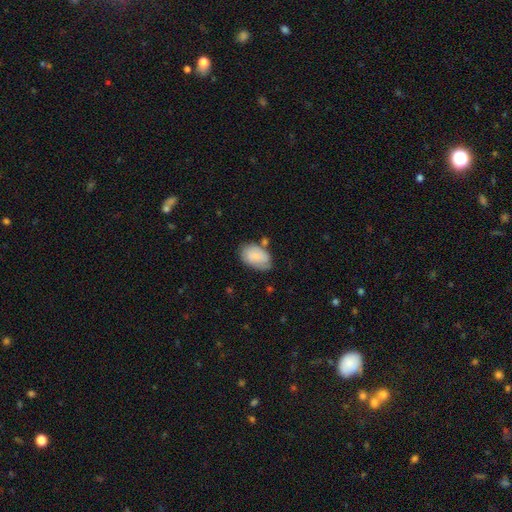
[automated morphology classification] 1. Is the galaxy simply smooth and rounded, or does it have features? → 77% smooth, 16% featured or disk, 7% star or artifact.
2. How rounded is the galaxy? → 89% in between, 9% round, 1% cigar-shaped.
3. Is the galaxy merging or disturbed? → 59% none, 26% minor disturbance, 9% merger, 7% major disturbance.